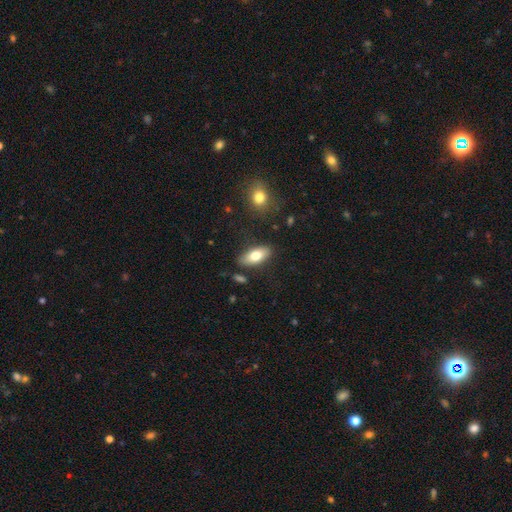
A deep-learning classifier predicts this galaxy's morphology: This is likely a smooth galaxy (75%). How rounded: clearly in between (85%). Merging: clearly none (83%).